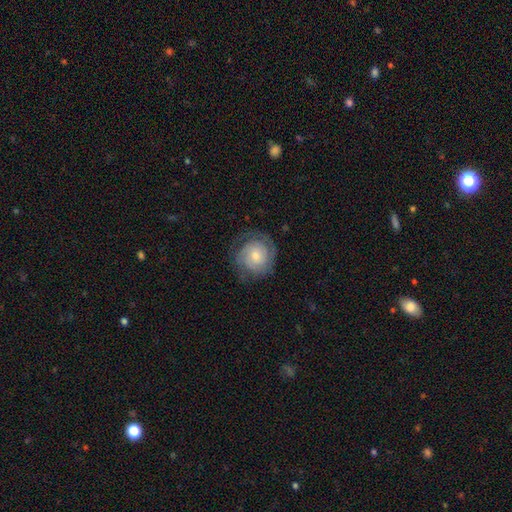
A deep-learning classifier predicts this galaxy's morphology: The model was most divided on "bulge size": small: 52%, moderate: 40%, large: 4%, none: 3%, dominant: 1%. Remaining: edge-on disk — no (98%); spiral arms — yes (93%); bar — no (74%); merging — none (73%); smooth or featured — featured or disk (71%); spiral winding — tight (68%); spiral arm count — 2 (43%).